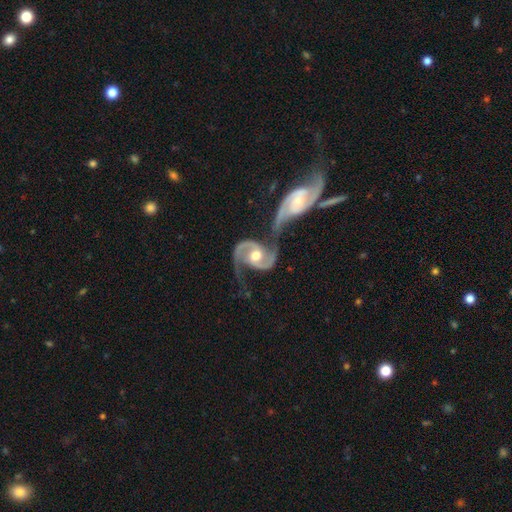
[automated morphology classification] A featured or disk galaxy (93%) with no bar (47%), 2 (94%) medium (58%) spiral arms (98%) and a moderate central bulge (76%). Merging: merger (49%).